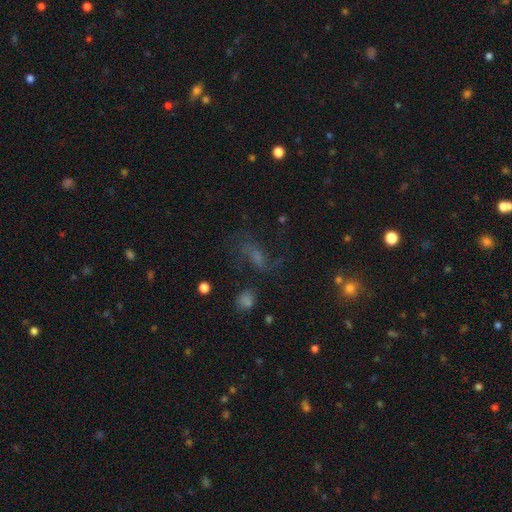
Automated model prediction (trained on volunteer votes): A featured or disk galaxy (36%). Merging: none (51%).